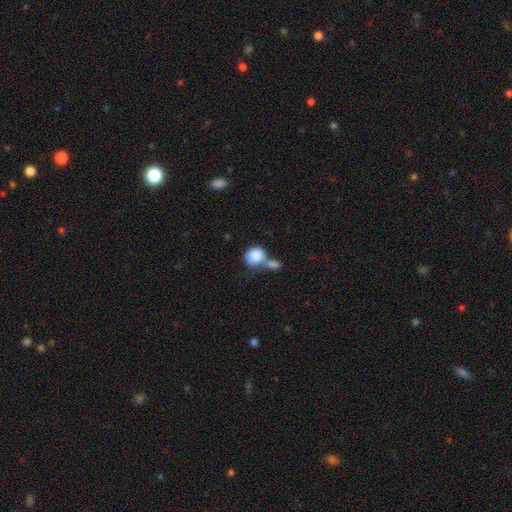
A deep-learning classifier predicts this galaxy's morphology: This appears to be a smooth galaxy with no disk features (85%) that is round (71%). Merging: merger (52%).